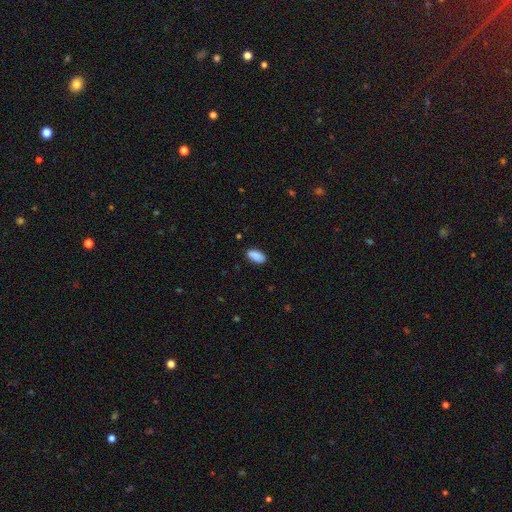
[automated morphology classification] This is clearly a smooth galaxy (89%). How rounded: clearly in between (93%). Merging: clearly none (85%).